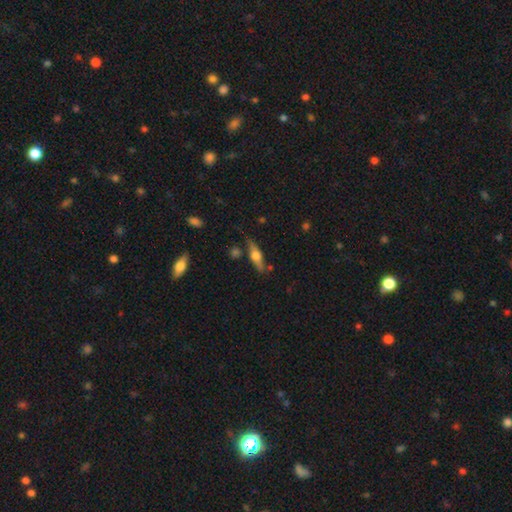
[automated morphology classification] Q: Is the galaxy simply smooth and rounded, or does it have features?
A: featured or disk — 55%.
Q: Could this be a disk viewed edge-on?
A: yes — 90%.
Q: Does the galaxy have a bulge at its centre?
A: rounded — 91%.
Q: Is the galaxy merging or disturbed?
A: none — 75%.